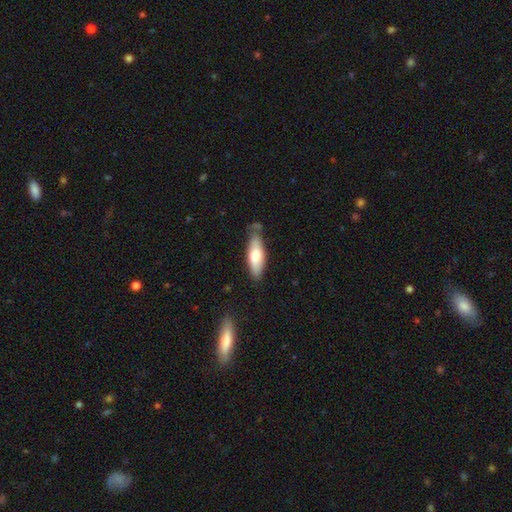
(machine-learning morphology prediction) type=smooth (69%); roundness=in between (57%); merging=none (67%).